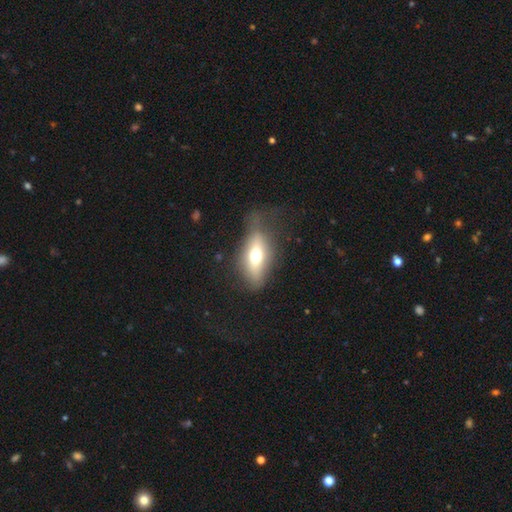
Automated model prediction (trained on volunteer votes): smooth-or-featured: smooth: 61% | featured or disk: 31% | star or artifact: 8%
  how-rounded: in between: 79% | cigar-shaped: 14% | round: 7%
  merging: none: 48% | minor disturbance: 27% | major disturbance: 23% | merger: 2%